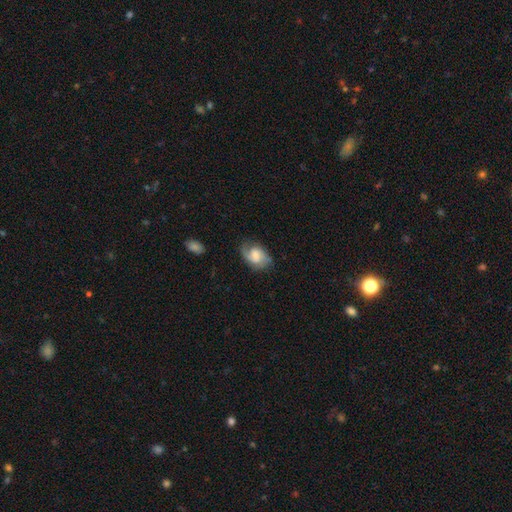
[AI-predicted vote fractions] This is possibly a featured or disk galaxy (54%). It is clearly not viewed edge-on (96%). Bar: possibly no (49%). Spiral arm pattern: clearly yes (88%). Central bulge: marginally moderate (38%). Merging: likely none (63%).